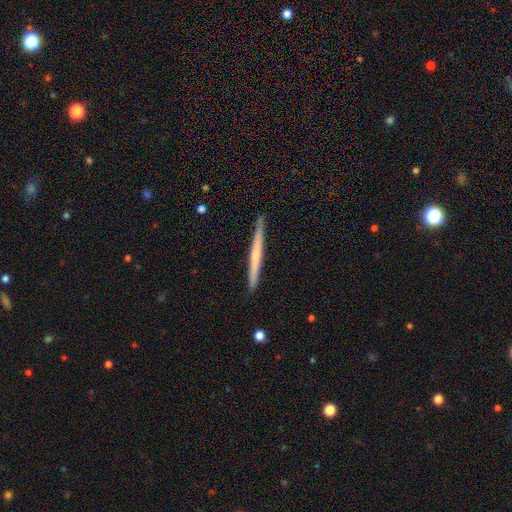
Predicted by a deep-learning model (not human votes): featured or disk 52%, smooth 43%, star or artifact 5%. Down the decision tree: edge-on disk — yes (98%); edge-on bulge — none (65%); merging — none (91%).